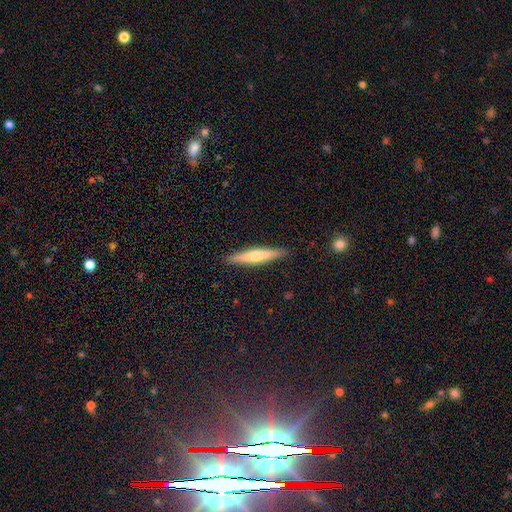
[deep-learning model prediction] Morphology: type=smooth (47%, tied with featured or disk); merging=none (91%).